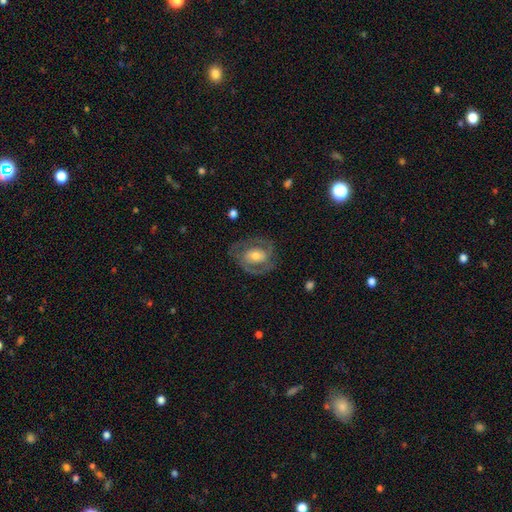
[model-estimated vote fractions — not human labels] Smooth or featured? featured or disk (80%)
Edge-on disk? no (97%)
Bar? no (46%)
Spiral arms? yes (88%)
Spiral winding? medium (46%)
Spiral arm count? 2 (84%)
Bulge size? moderate (57%)
Merging? none (77%)